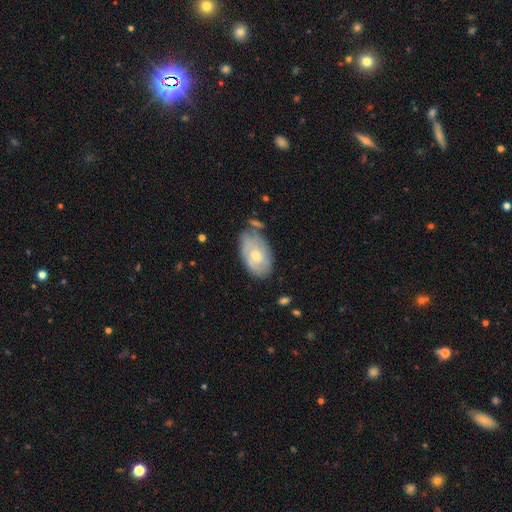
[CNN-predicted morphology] Overall: featured or disk (56%; smooth 37%). Edge-on disk: no (94%). Bar: no (79%). Spiral arms: yes (68%; no 32%). Bulge size: small (49%; moderate 47%). Merging: none (57%; minor disturbance 27%).